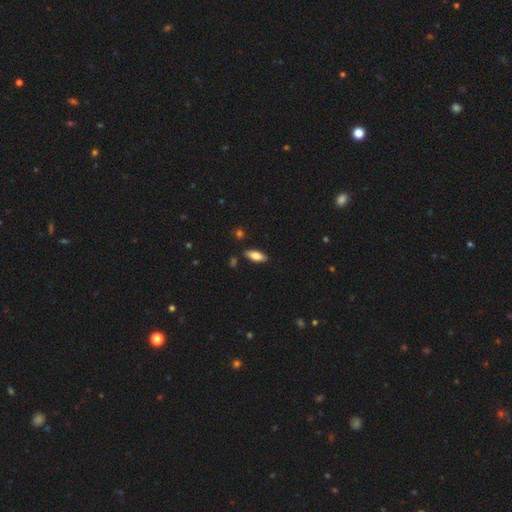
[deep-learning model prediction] Smooth or featured?
  - smooth: 76% *
  - featured or disk: 17%
  - star or artifact: 6%
How rounded?
  - in between: 76% *
  - cigar-shaped: 22%
  - round: 2%
Merging?
  - none: 86% *
  - minor disturbance: 10%
  - merger: 2%
  - major disturbance: 2%